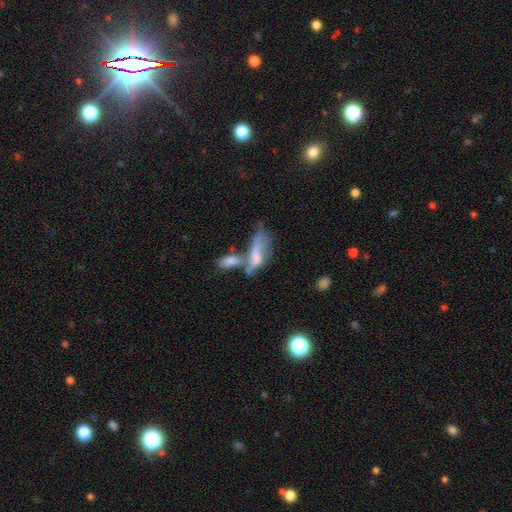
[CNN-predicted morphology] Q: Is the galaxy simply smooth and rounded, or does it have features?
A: smooth — 50%.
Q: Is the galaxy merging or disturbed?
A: merger — 51%.